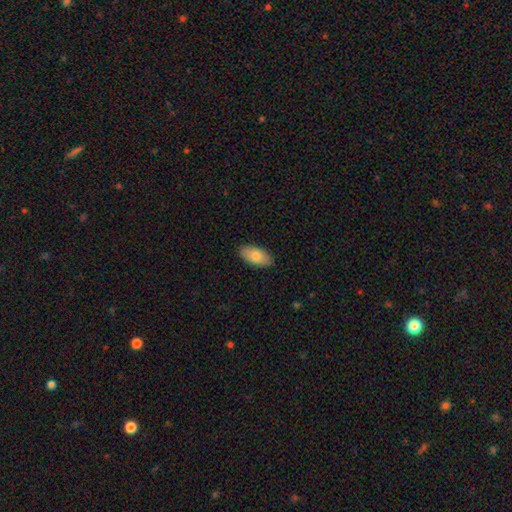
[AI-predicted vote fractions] Overall: smooth (80%). How rounded: in between (94%). Merging: none (88%).